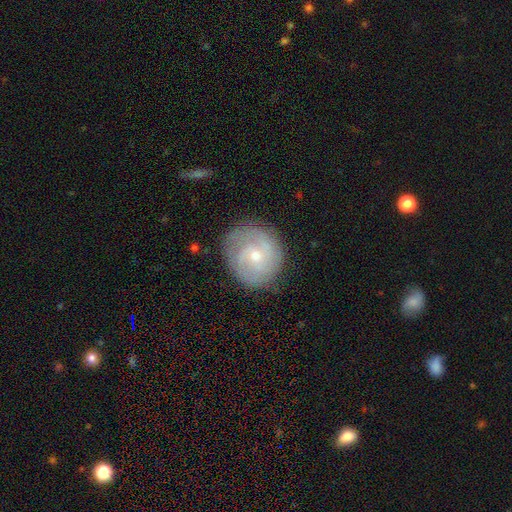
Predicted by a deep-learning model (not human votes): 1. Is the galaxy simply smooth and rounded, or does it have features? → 74% featured or disk, 20% smooth, 6% star or artifact.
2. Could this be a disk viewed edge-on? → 97% no, 3% yes.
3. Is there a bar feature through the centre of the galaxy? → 60% no, 35% weak, 5% strong.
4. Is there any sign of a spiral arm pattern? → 92% yes, 8% no.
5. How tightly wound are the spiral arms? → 54% tight, 35% medium, 10% loose.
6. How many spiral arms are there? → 49% 2, 24% can't tell, 16% 3, 5% 1, 4% 4, 3% more than 4.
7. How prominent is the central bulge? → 54% small, 42% moderate, 1% large, 1% none, 1% dominant.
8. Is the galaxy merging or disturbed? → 79% none, 15% minor disturbance, 5% major disturbance, 1% merger.